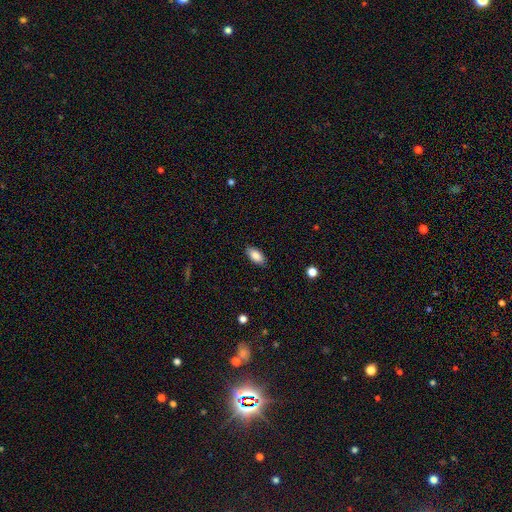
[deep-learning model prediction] Q: Smooth or featured?
A: smooth (86%); runner-up: featured or disk (7%)
Q: How rounded?
A: in between (92%); runner-up: cigar-shaped (6%)
Q: Merging?
A: none (87%); runner-up: minor disturbance (10%)